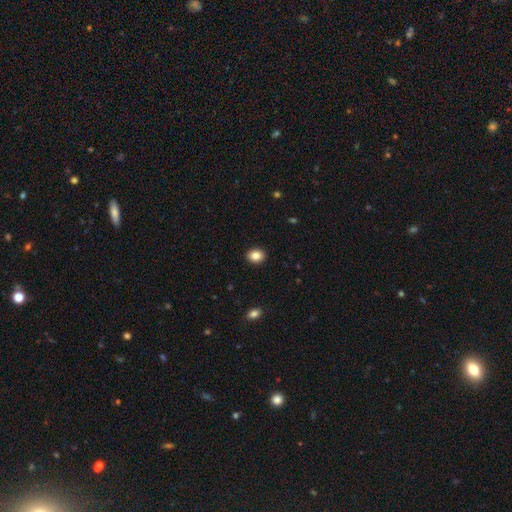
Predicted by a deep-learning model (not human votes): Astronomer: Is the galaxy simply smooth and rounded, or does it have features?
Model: smooth — 86%.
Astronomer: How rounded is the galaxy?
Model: in between — 54% (runner-up: round, 45%).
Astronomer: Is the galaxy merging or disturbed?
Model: none — 91%.